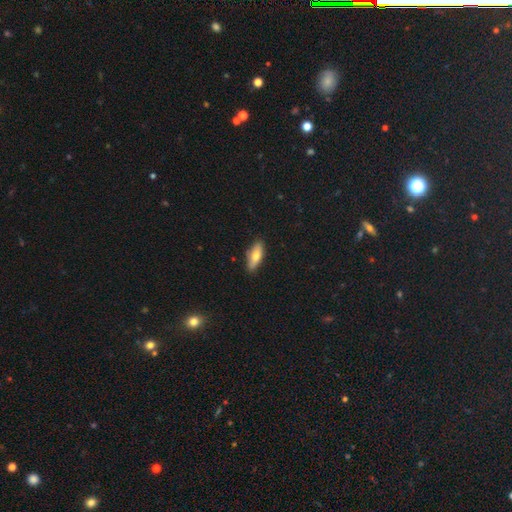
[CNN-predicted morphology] Smooth or featured? smooth (69%)
How rounded? in between (66%)
Merging? none (85%)